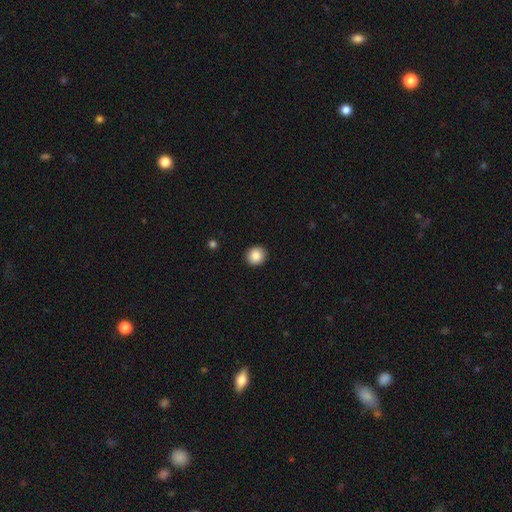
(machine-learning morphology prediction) This is clearly a smooth galaxy (87%). How rounded: clearly round (87%). Merging: clearly none (92%).